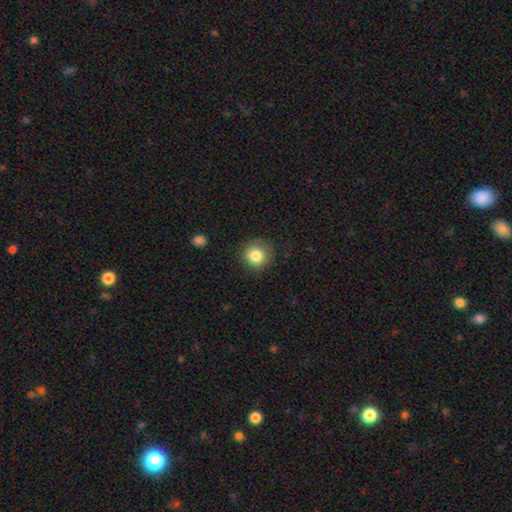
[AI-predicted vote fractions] Smooth or featured: smooth — 84% (star or artifact — 10%)
How rounded: round — 92% (in between — 7%)
Merging: none — 83% (minor disturbance — 12%)